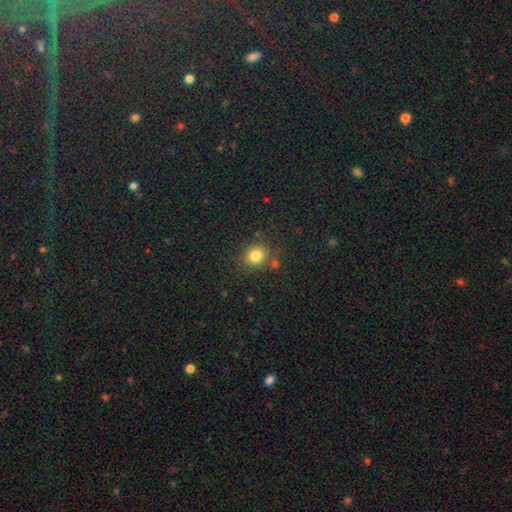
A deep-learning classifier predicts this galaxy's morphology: A smooth galaxy with no disk features (81%) that is round (78%).

Vote fractions:
- Smooth or featured? smooth: 81% / star or artifact: 13% / featured or disk: 6%
- How rounded? round: 78% / in between: 21% / cigar-shaped: 1%
- Merging? none: 79% / minor disturbance: 10% / merger: 7% / major disturbance: 3%